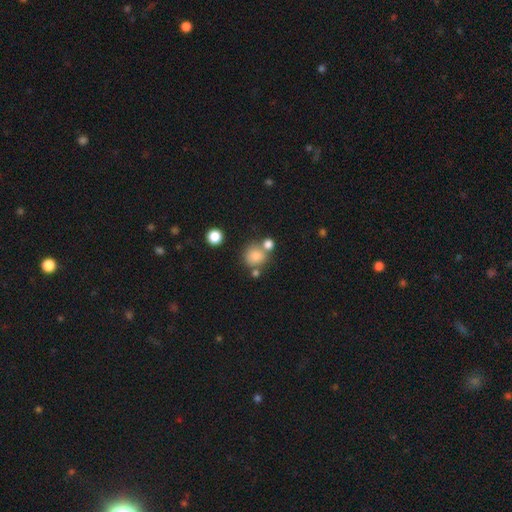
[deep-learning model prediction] Morphology: type=smooth (79%); roundness=round (86%); merging=none (62%).